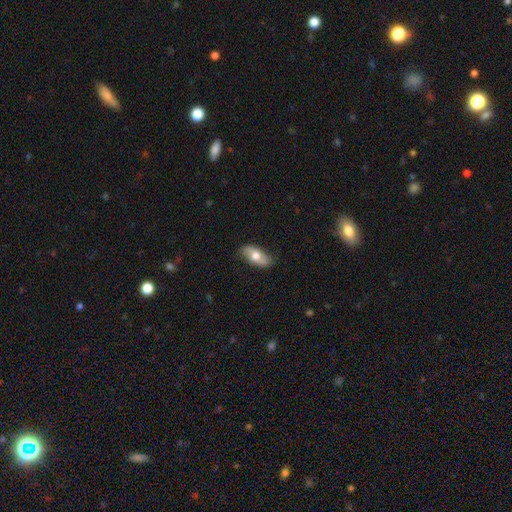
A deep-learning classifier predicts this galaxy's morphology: Smooth or featured?
  - smooth: 60% *
  - featured or disk: 34%
  - star or artifact: 6%
How rounded?
  - in between: 86% *
  - cigar-shaped: 10%
  - round: 4%
Merging?
  - none: 80% *
  - minor disturbance: 16%
  - major disturbance: 3%
  - merger: 1%